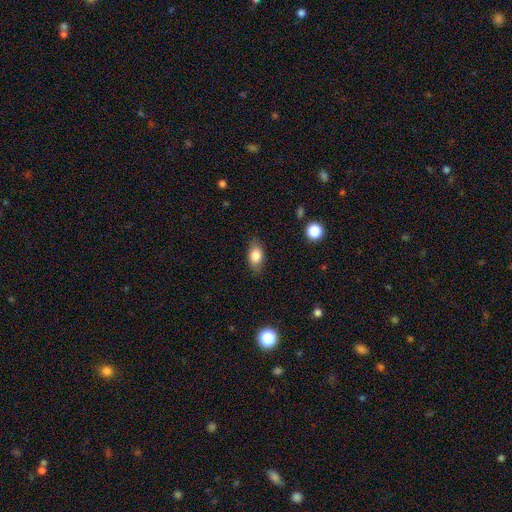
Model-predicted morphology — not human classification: Smooth or featured? smooth (81%)
How rounded? in between (86%)
Merging? none (82%)